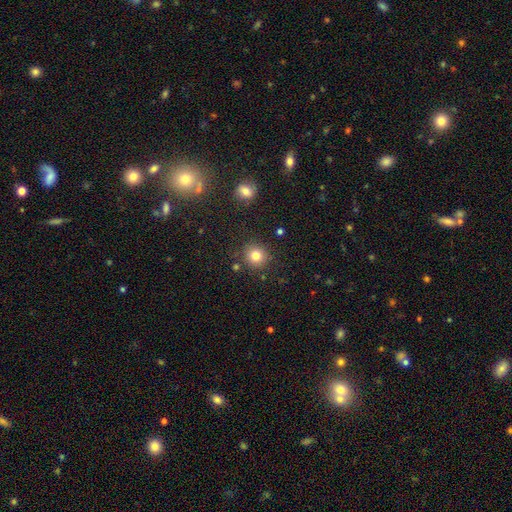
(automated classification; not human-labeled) Smooth or featured? smooth (81%)
How rounded? round (92%)
Merging? none (87%)